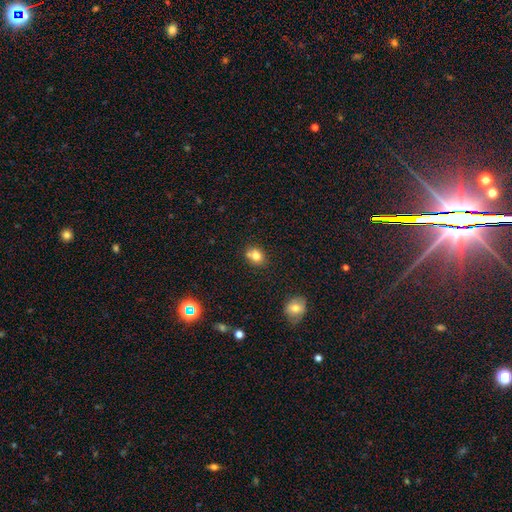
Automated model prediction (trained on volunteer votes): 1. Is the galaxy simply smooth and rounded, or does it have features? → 77% smooth, 11% star or artifact, 11% featured or disk.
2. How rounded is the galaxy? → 56% round, 43% in between, 1% cigar-shaped.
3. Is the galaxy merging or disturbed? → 52% none, 31% merger, 14% minor disturbance, 4% major disturbance.